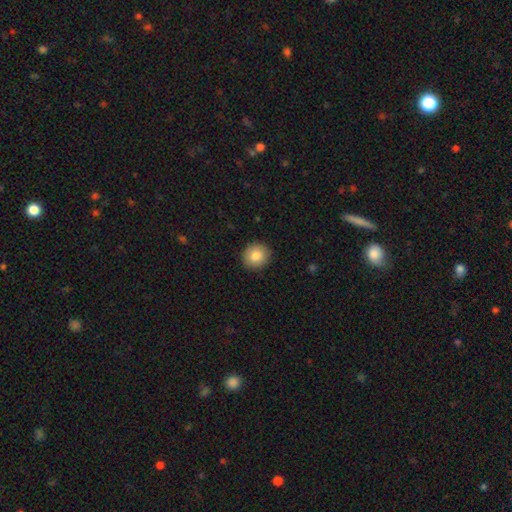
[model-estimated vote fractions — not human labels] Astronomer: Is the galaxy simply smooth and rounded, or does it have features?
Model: smooth — 85%.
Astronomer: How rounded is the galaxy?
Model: round — 85%.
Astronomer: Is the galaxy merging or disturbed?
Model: none — 91%.